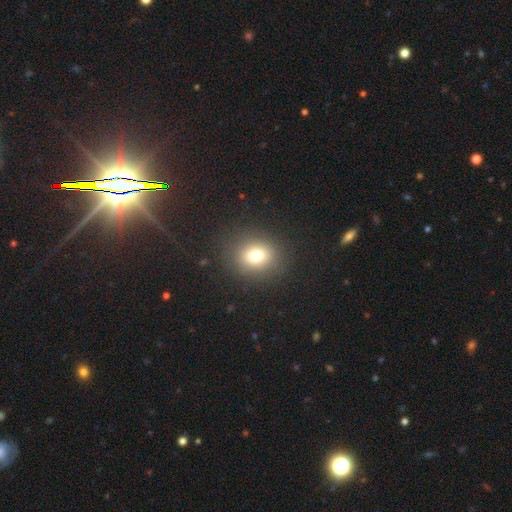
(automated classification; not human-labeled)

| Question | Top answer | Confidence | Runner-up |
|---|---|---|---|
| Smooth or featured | smooth | 73% | star or artifact (15%) |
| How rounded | round | 71% | in between (28%) |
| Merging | none | 86% | minor disturbance (8%) |